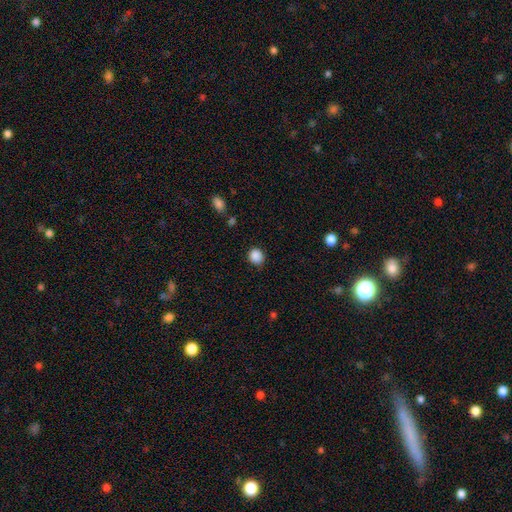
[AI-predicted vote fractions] A smooth galaxy with no disk features (88%) that is round (81%).

Vote fractions:
- Smooth or featured? smooth: 88% / star or artifact: 10% / featured or disk: 3%
- How rounded? round: 81% / in between: 18% / cigar-shaped: 1%
- Merging? none: 86% / minor disturbance: 10% / major disturbance: 3% / merger: 2%